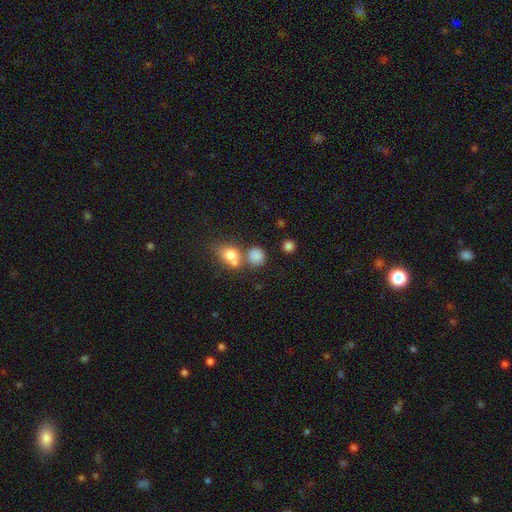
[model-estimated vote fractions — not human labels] A smooth galaxy with no disk features (81%) that is round (80%).

Vote fractions:
- Smooth or featured? smooth: 81% / star or artifact: 12% / featured or disk: 7%
- How rounded? round: 80% / in between: 19% / cigar-shaped: 1%
- Merging? none: 56% / merger: 29% / minor disturbance: 10% / major disturbance: 5%